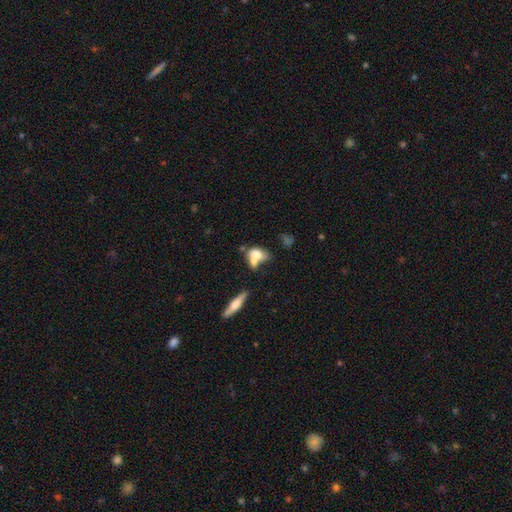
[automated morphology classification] type=smooth (65%); roundness=in between (76%); merging=merger (51%).